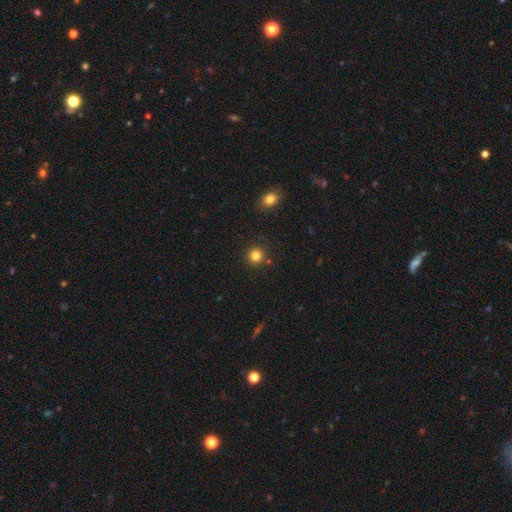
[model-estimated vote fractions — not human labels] Smooth or featured? smooth (82%)
How rounded? round (93%)
Merging? none (89%)